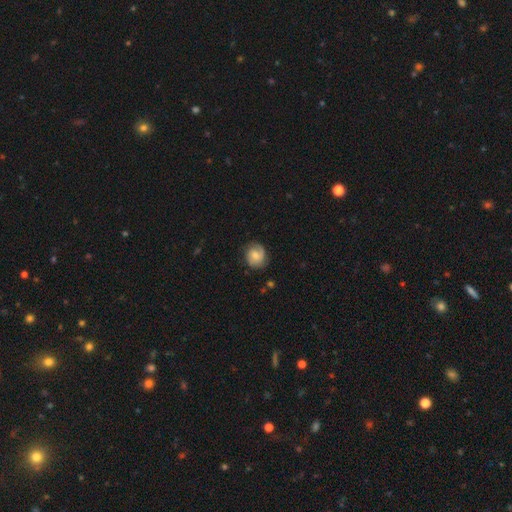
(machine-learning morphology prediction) smooth-or-featured: featured or disk: 57% | smooth: 36% | star or artifact: 7%
  disk-edge-on: no: 98% | yes: 2%
    bar: no: 56% | weak: 38% | strong: 6%
    has-spiral-arms: yes: 91% | no: 9%
      spiral-winding: tight: 42% | medium: 40% | loose: 17%
      spiral-arm-count: 2: 63% | 1: 20% | can't tell: 12% | 3: 3% | 4: 1% | more than 4: 1%
    bulge-size: moderate: 45% | small: 42% | none: 7% | large: 4% | dominant: 1%
  merging: none: 75% | minor disturbance: 18% | major disturbance: 6% | merger: 1%